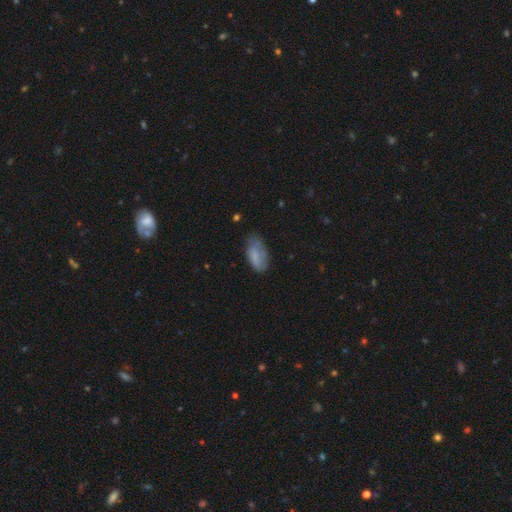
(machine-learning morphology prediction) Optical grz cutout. It shows a smooth galaxy with no disk features (74%) that is in between round and cigar-shaped (91%). Merging: none (52%).